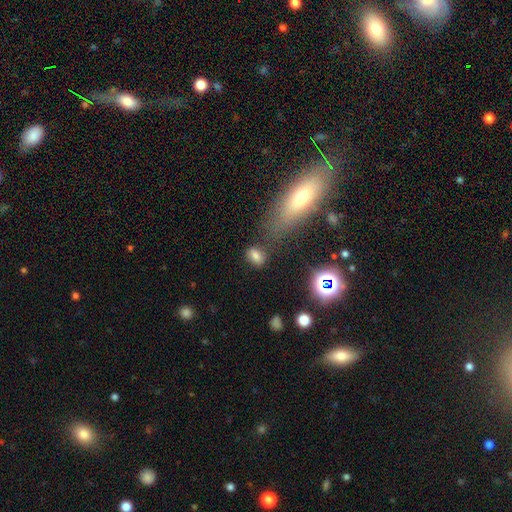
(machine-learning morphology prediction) Overall: smooth (73%). How rounded: in between (73%). Merging: none (71%).